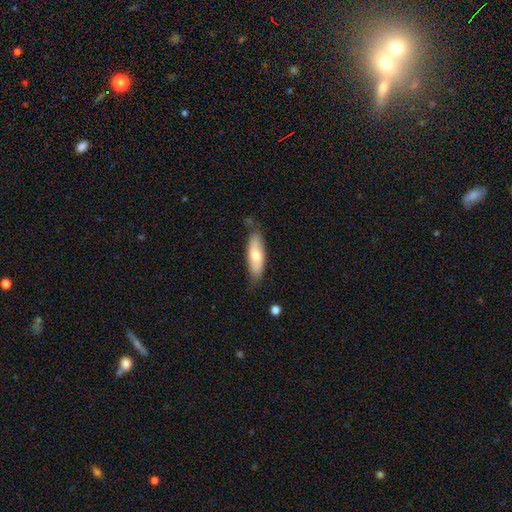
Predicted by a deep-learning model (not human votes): The model was most divided on "how rounded": in between: 61%, cigar-shaped: 37%, round: 2%. More confident: merging — none (75%); smooth or featured — smooth (65%).